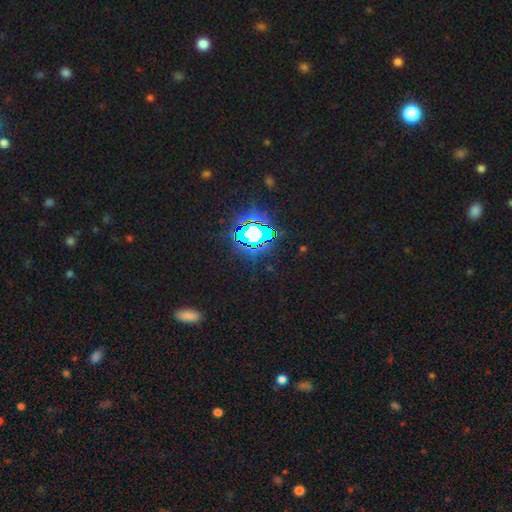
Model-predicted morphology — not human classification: Overall: star or artifact (83%).